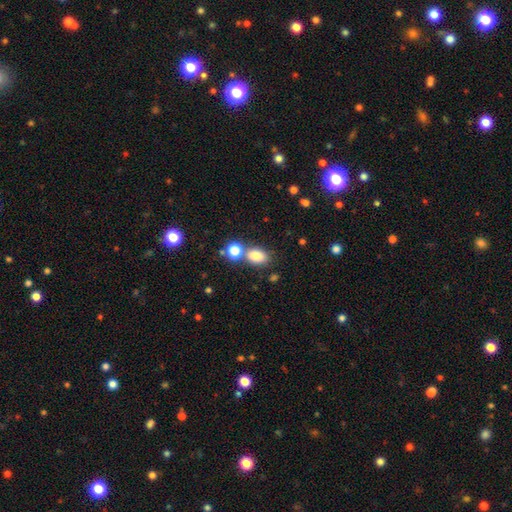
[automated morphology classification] smooth_or_featured: smooth (p=0.82) [alt: star or artifact p=0.11]
how_rounded: in between (p=0.76) [alt: round p=0.23]
merging: none (p=0.55) [alt: merger p=0.30]